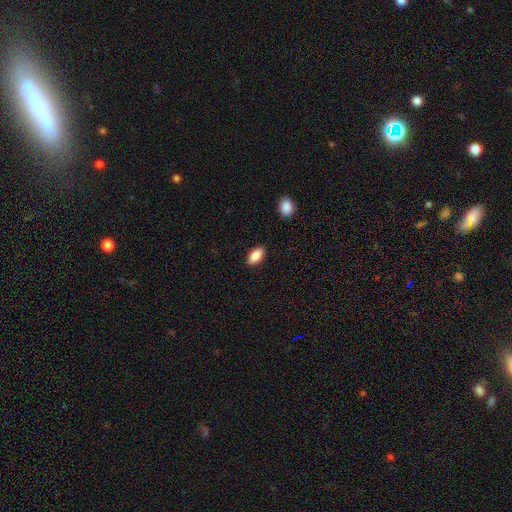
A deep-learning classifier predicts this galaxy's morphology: This appears to be a smooth galaxy with no disk features (86%) that is in between round and cigar-shaped (92%). Merging: none (88%).